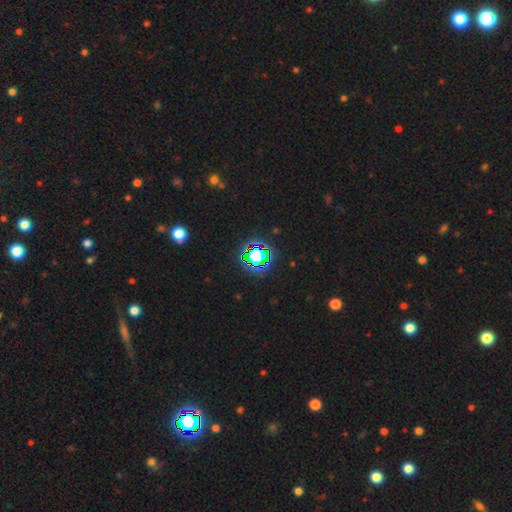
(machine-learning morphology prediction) Smooth or featured? star or artifact (70%)